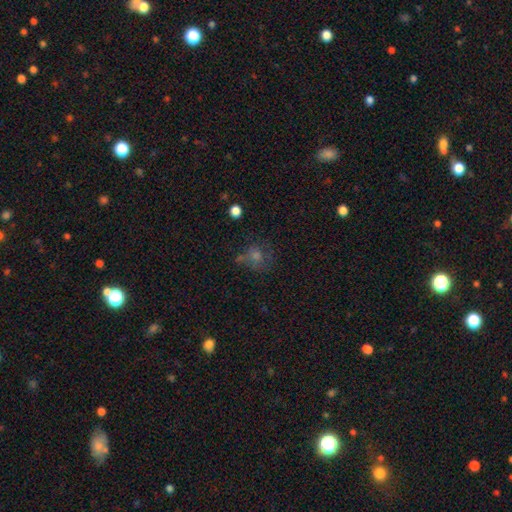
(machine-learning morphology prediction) Smooth or featured? smooth (53%)
How rounded? round (81%)
Merging? none (62%)